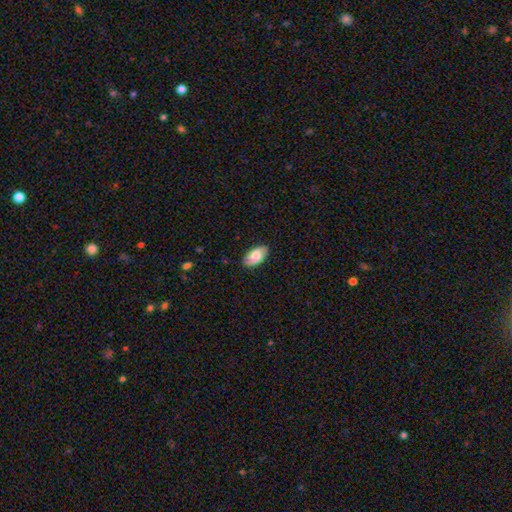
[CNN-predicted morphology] Overall: smooth (75%). How rounded: in between (94%). Merging: none (85%).